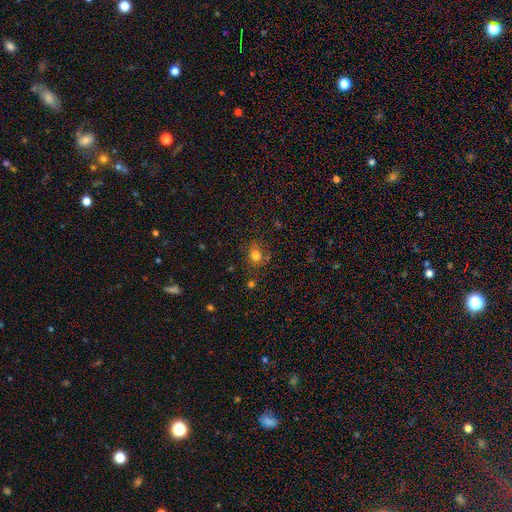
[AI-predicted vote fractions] Smooth or featured?
  - smooth: 76% *
  - star or artifact: 16%
  - featured or disk: 8%
How rounded?
  - round: 72% *
  - in between: 27%
  - cigar-shaped: 1%
Merging?
  - none: 72% *
  - minor disturbance: 17%
  - major disturbance: 6%
  - merger: 5%